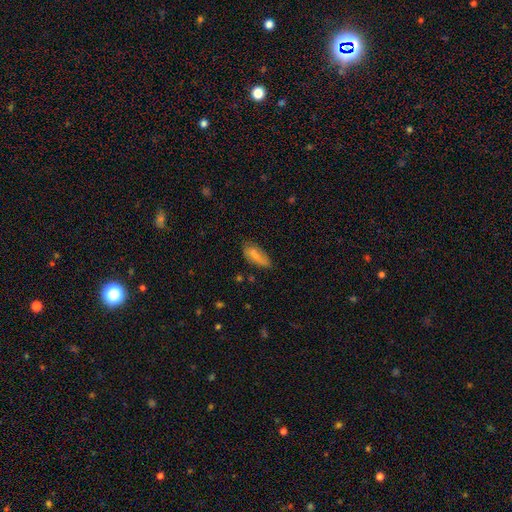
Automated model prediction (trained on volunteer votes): A smooth galaxy with no disk features (74%) that is in between round and cigar-shaped (75%). Merging: none (63%).